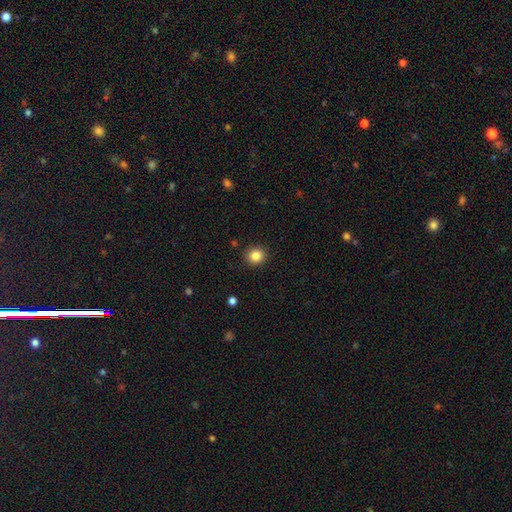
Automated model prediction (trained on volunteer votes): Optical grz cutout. It shows a smooth galaxy with no disk features (85%) that is round (88%). Merging: none (91%).